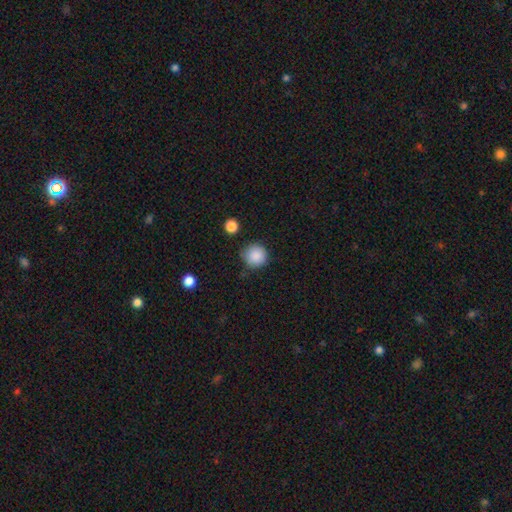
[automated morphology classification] Smooth or featured? smooth (87%)
How rounded? round (94%)
Merging? none (78%)